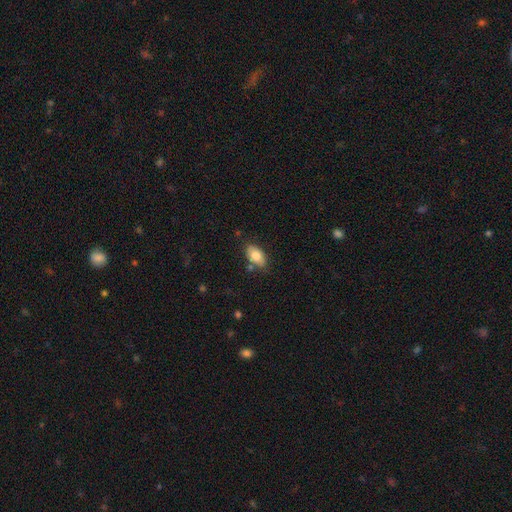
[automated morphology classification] smooth 78%, featured or disk 15%, star or artifact 7%. Down the decision tree: how rounded — in between (92%); merging — none (75%).